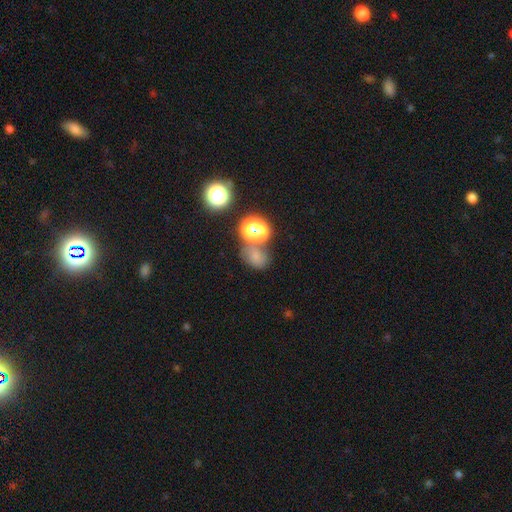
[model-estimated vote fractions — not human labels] Morphology: type=smooth (60%); roundness=in between (55%); merging=none (51%).